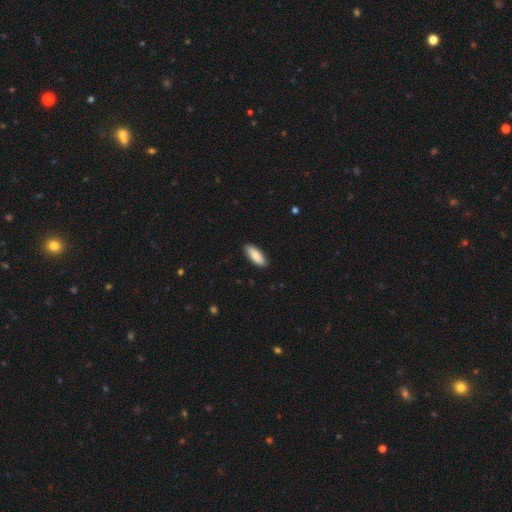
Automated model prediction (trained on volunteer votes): Q: Smooth or featured?
A: smooth (85%); runner-up: featured or disk (9%)
Q: How rounded?
A: in between (72%); runner-up: cigar-shaped (26%)
Q: Merging?
A: none (88%); runner-up: minor disturbance (9%)